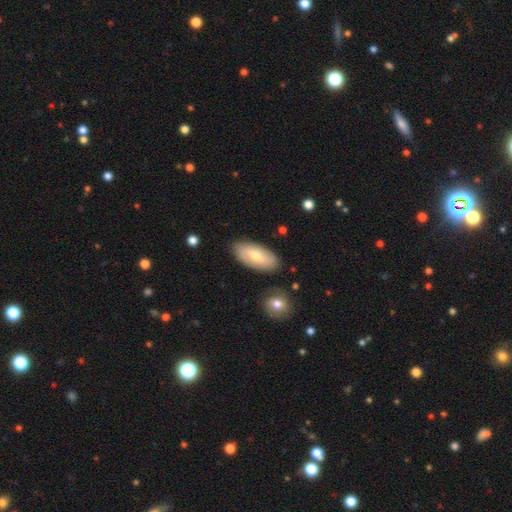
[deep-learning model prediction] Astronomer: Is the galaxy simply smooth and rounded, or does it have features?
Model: smooth — 62%.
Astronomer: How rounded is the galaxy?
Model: in between — 88%.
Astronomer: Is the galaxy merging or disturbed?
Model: none — 85%.